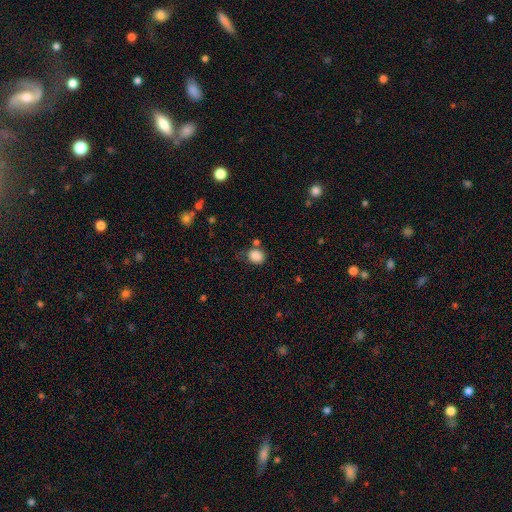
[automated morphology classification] smooth_or_featured: smooth (p=0.86) [alt: star or artifact p=0.10]
how_rounded: round (p=0.60) [alt: in between p=0.39]
merging: none (p=0.65) [alt: minor disturbance p=0.20]